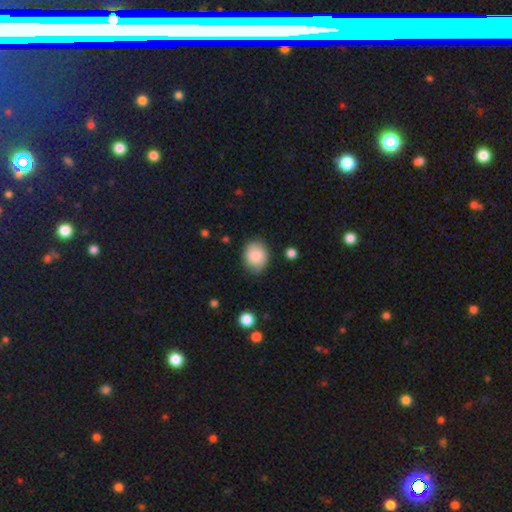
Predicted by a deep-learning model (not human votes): Smooth or featured?
  - smooth: 81% *
  - featured or disk: 11%
  - star or artifact: 7%
How rounded?
  - round: 51% *
  - in between: 48%
  - cigar-shaped: 1%
Merging?
  - none: 75% *
  - minor disturbance: 19%
  - major disturbance: 4%
  - merger: 2%